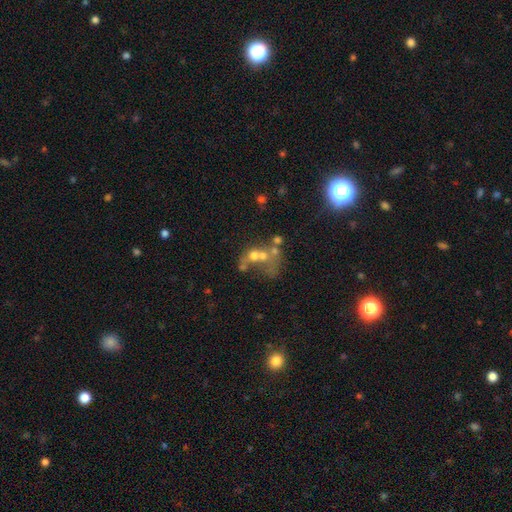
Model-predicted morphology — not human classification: type=featured or disk (40%); merging=merger (56%).